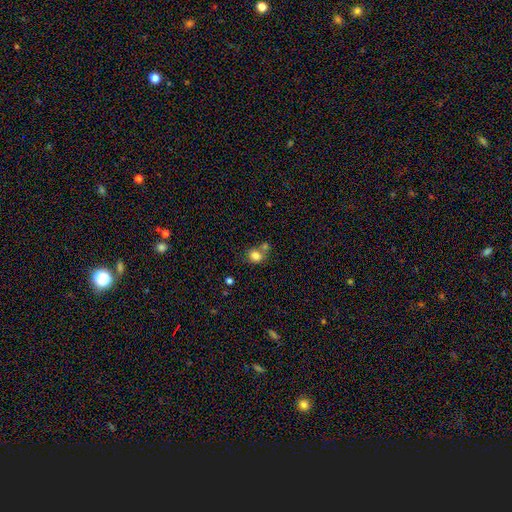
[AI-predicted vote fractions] A smooth galaxy with no disk features (80%) that is round (68%).

Vote fractions:
- Smooth or featured? smooth: 80% / star or artifact: 11% / featured or disk: 9%
- How rounded? round: 68% / in between: 31% / cigar-shaped: 1%
- Merging? none: 46% / merger: 38% / minor disturbance: 11% / major disturbance: 5%